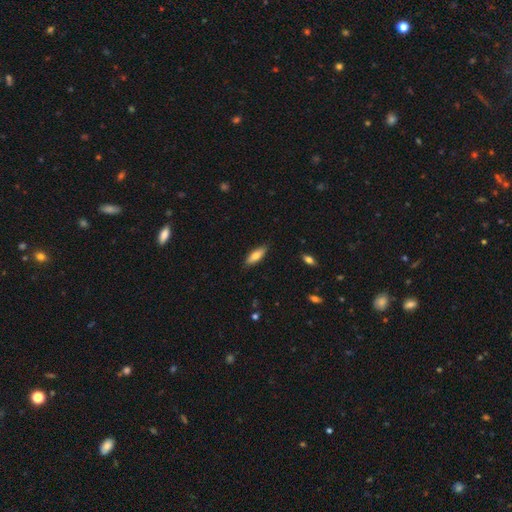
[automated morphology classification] Overall: smooth (71%). How rounded: in between (53%; cigar-shaped 45%). Merging: none (87%).